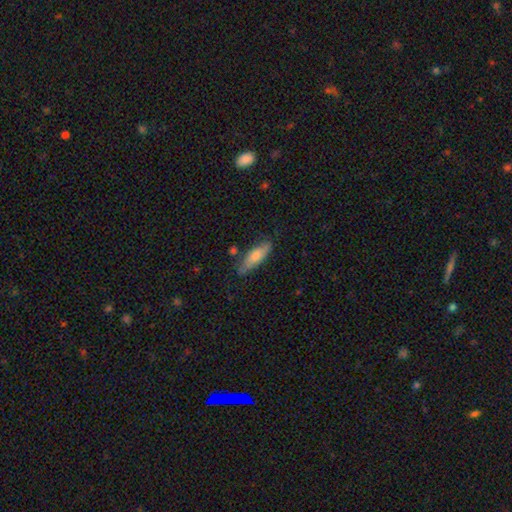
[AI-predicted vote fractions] Smooth or featured?
  - smooth: 68% *
  - featured or disk: 26%
  - star or artifact: 6%
How rounded?
  - cigar-shaped: 51% *
  - in between: 47%
  - round: 2%
Merging?
  - none: 76% *
  - minor disturbance: 18%
  - major disturbance: 3%
  - merger: 3%